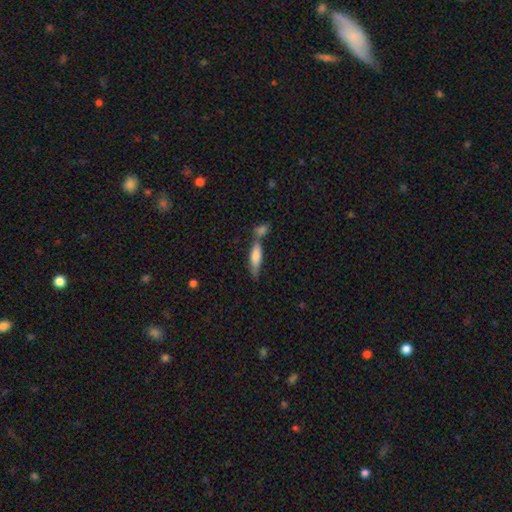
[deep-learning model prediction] Smooth or featured? smooth (70%)
How rounded? cigar-shaped (67%)
Merging? none (49%)